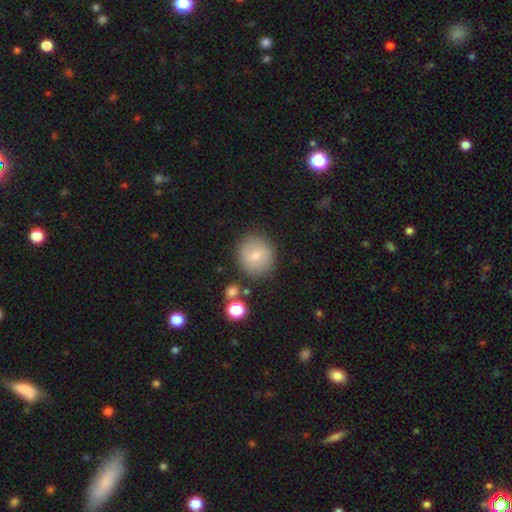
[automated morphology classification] Q: Smooth or featured?
A: smooth (74%); runner-up: featured or disk (17%)
Q: How rounded?
A: round (88%); runner-up: in between (11%)
Q: Merging?
A: none (81%); runner-up: minor disturbance (11%)